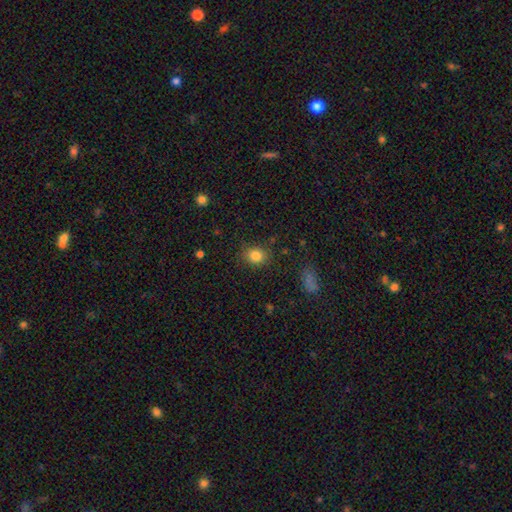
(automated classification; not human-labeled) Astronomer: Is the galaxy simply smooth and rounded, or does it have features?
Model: smooth — 84%.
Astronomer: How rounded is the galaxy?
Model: round — 62% (runner-up: in between, 37%).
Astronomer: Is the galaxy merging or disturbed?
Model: none — 84%.